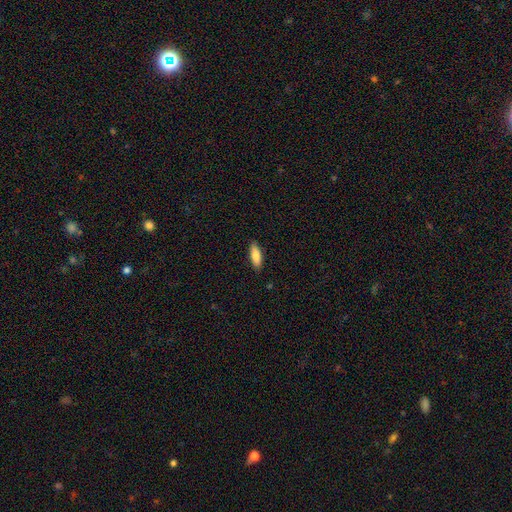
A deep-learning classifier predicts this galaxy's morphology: Q: Smooth or featured?
A: smooth (84%); runner-up: featured or disk (10%)
Q: How rounded?
A: in between (59%); runner-up: cigar-shaped (39%)
Q: Merging?
A: none (87%); runner-up: minor disturbance (10%)